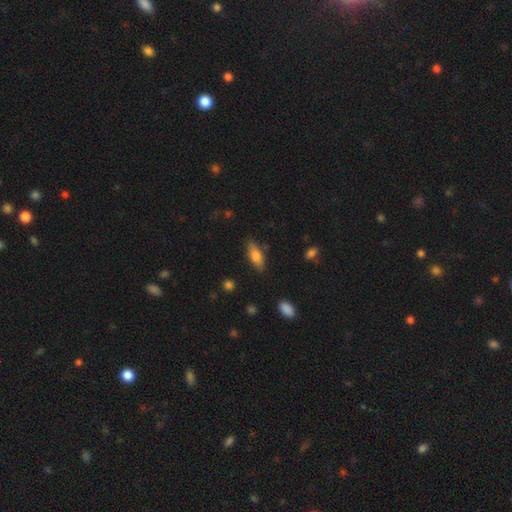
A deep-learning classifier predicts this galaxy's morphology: This is likely a smooth galaxy (74%). How rounded: likely in between (72%). Merging: clearly none (81%).